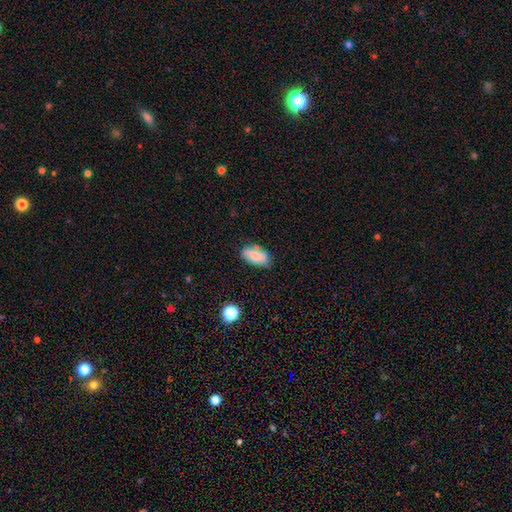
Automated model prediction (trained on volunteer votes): The model was most divided on "merging": none: 72%, minor disturbance: 20%, major disturbance: 4%, merger: 4%. More confident: how rounded — in between (91%); smooth or featured — smooth (76%).